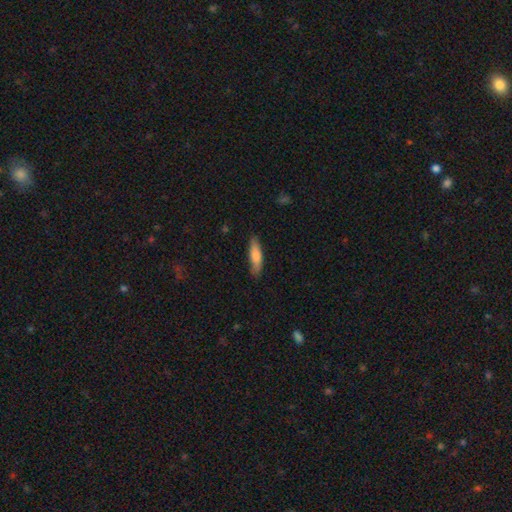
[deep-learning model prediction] Smooth or featured: smooth — 76% (featured or disk — 18%)
How rounded: cigar-shaped — 69% (in between — 30%)
Merging: none — 83% (minor disturbance — 14%)